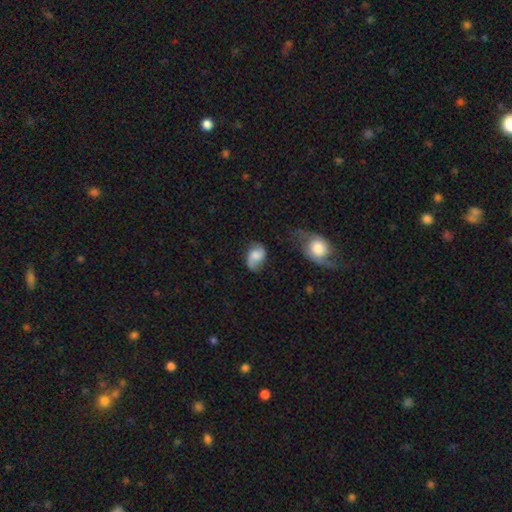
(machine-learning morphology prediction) This is possibly a smooth galaxy (50%). How rounded: likely in between (72%). Merging: possibly none (48%).